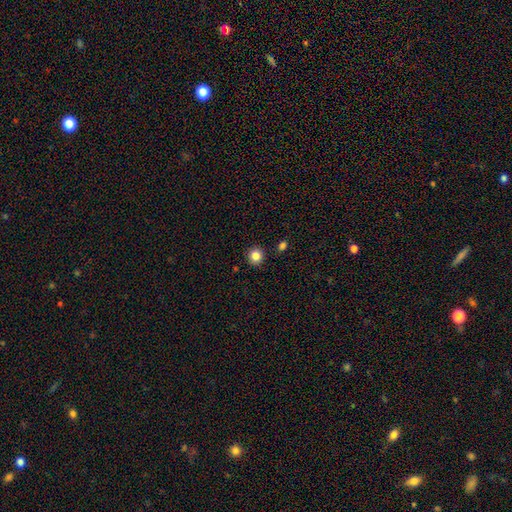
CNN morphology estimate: A smooth galaxy with no disk features (84%) that is round (92%).

Vote fractions:
- Smooth or featured? smooth: 84% / star or artifact: 11% / featured or disk: 5%
- How rounded? round: 92% / in between: 7% / cigar-shaped: 1%
- Merging? none: 91% / minor disturbance: 5% / merger: 2% / major disturbance: 2%